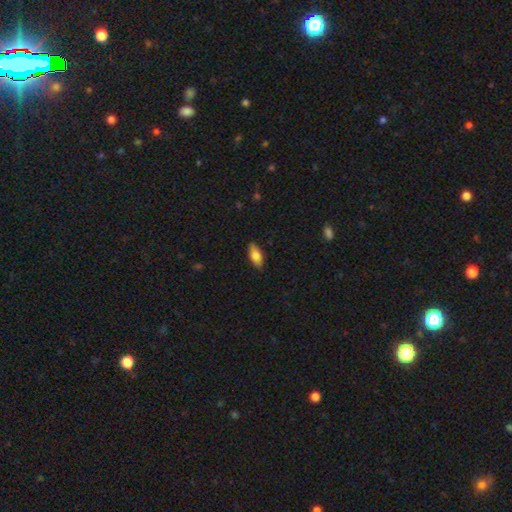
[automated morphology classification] Q: Smooth or featured?
A: smooth (78%); runner-up: featured or disk (16%)
Q: How rounded?
A: in between (83%); runner-up: cigar-shaped (15%)
Q: Merging?
A: none (86%); runner-up: minor disturbance (11%)